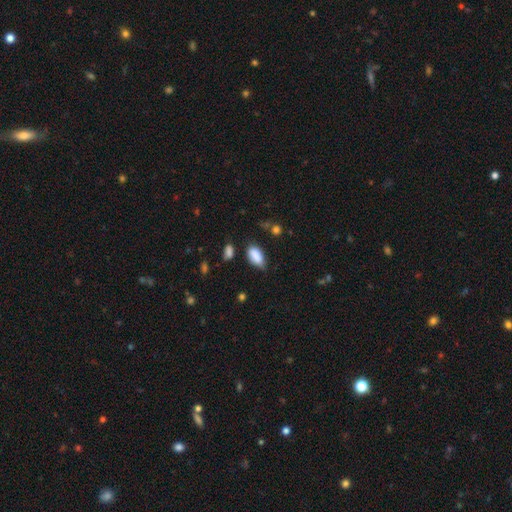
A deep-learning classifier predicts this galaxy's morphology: Smooth or featured?
  - smooth: 87% *
  - star or artifact: 7%
  - featured or disk: 6%
How rounded?
  - in between: 92% *
  - cigar-shaped: 5%
  - round: 3%
Merging?
  - none: 62% *
  - minor disturbance: 28%
  - major disturbance: 6%
  - merger: 4%